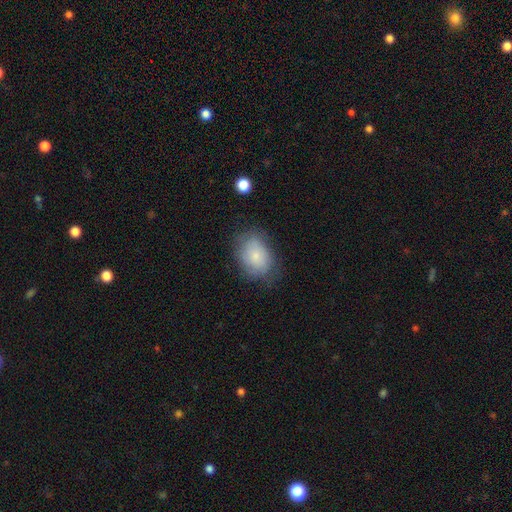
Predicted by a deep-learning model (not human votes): Smooth or featured: smooth — 77% (featured or disk — 15%)
How rounded: in between — 72% (round — 27%)
Merging: none — 65% (minor disturbance — 25%)